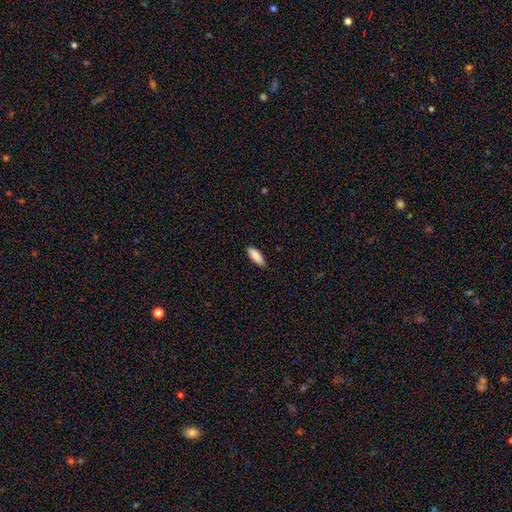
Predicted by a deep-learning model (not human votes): Smooth or featured: smooth — 89% (star or artifact — 6%)
How rounded: in between — 62% (cigar-shaped — 36%)
Merging: none — 87% (minor disturbance — 10%)